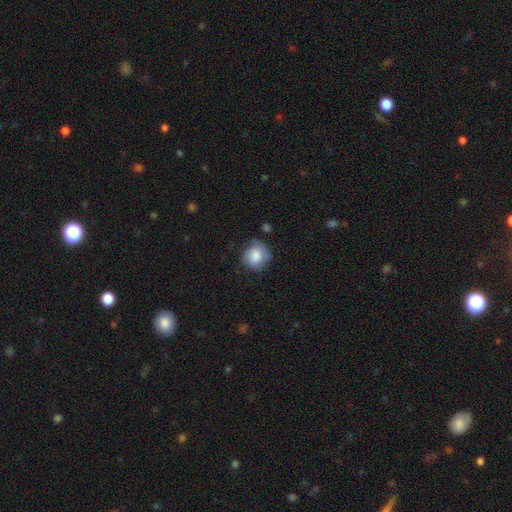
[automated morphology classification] A smooth galaxy with no disk features (81%) that is round (81%).

Vote fractions:
- Smooth or featured? smooth: 81% / featured or disk: 12% / star or artifact: 7%
- How rounded? round: 81% / in between: 18% / cigar-shaped: 1%
- Merging? none: 66% / minor disturbance: 25% / major disturbance: 7% / merger: 2%